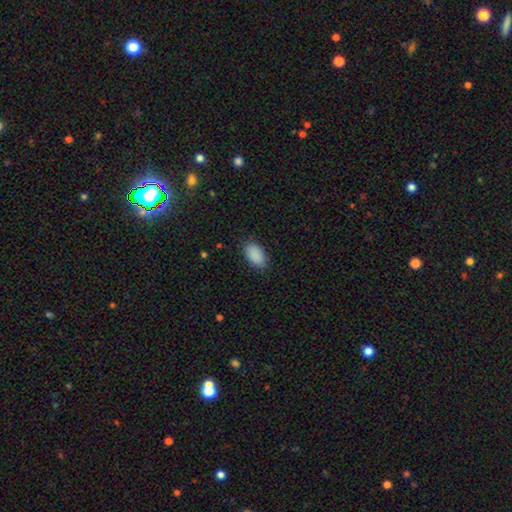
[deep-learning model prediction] A smooth galaxy with no disk features (90%) that is in between round and cigar-shaped (94%). Merging: none (86%).